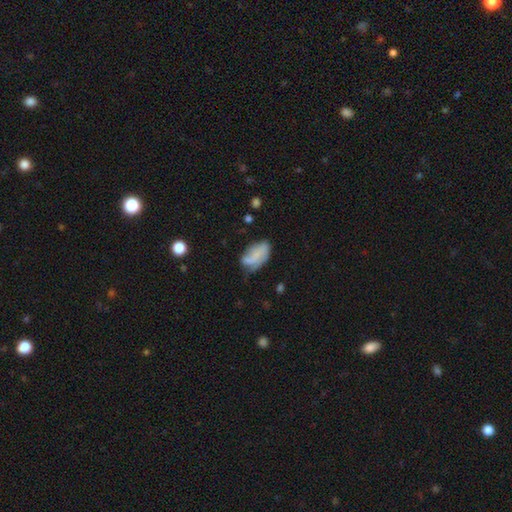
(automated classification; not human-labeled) A smooth galaxy with no disk features (61%) that is in between round and cigar-shaped (91%). Merging: none (41%).